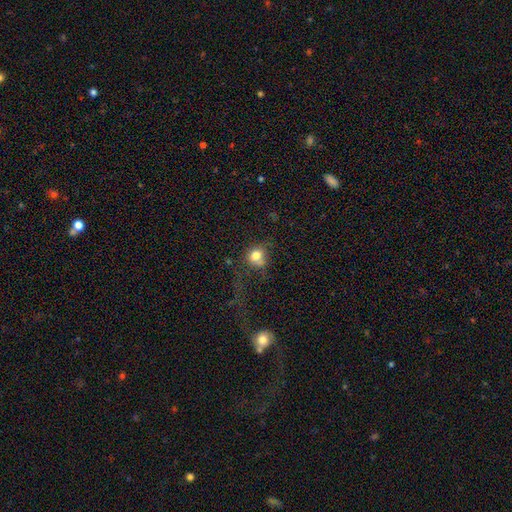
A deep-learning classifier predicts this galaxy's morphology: A smooth galaxy with no disk features (77%) that is round (78%). Merging: none (52%).